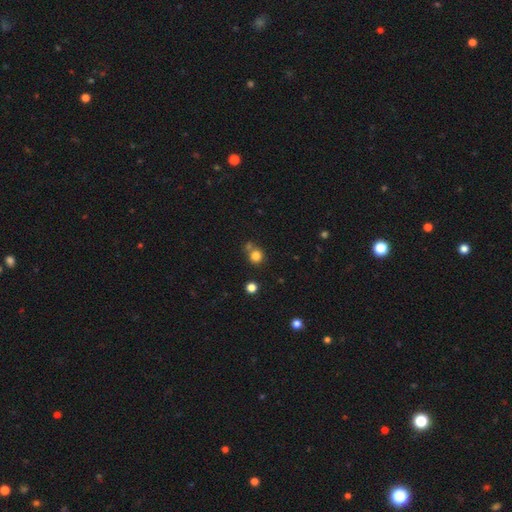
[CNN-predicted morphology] type=smooth (80%); roundness=round (89%); merging=none (63%).